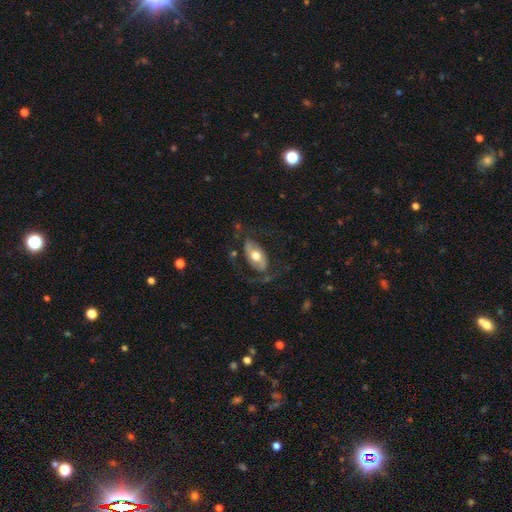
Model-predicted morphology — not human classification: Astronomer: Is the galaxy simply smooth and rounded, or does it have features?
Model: featured or disk — 59% (runner-up: smooth, 35%).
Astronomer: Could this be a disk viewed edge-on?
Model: no — 91%.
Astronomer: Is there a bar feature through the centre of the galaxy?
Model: no — 62%.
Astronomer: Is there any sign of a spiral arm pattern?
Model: yes — 65%.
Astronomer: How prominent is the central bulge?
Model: moderate — 64%.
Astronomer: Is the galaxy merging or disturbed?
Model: none — 61%.